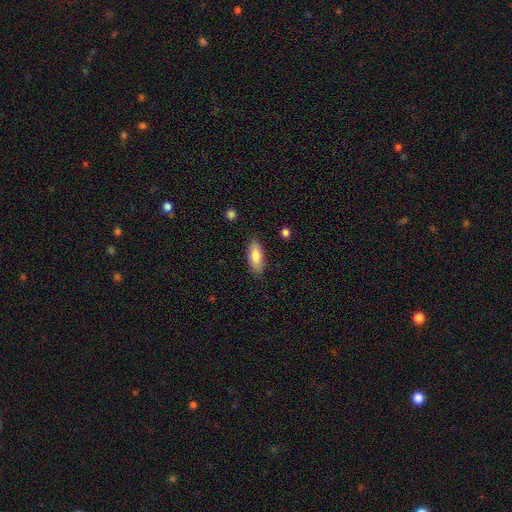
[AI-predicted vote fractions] Smooth or featured? Predicted: smooth (p=0.81). How rounded? Predicted: in between (p=0.80). Merging? Predicted: none (p=0.85).